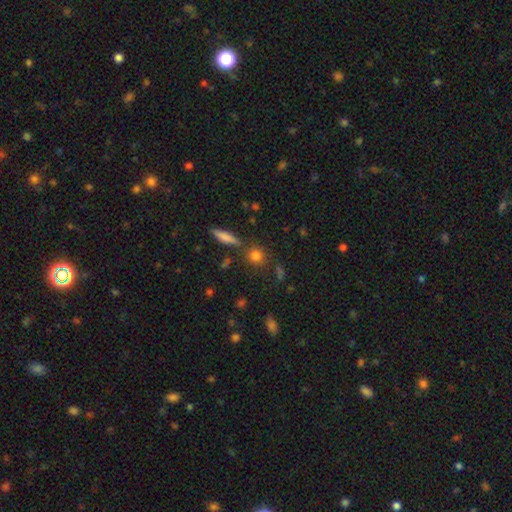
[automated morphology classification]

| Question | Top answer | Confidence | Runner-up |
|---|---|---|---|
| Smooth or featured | smooth | 79% | star or artifact (12%) |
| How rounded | round | 78% | in between (17%) |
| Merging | none | 79% | minor disturbance (10%) |